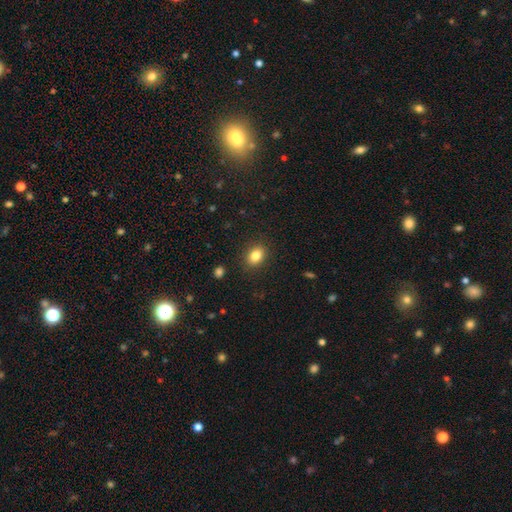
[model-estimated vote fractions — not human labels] A smooth galaxy with no disk features (84%) that is in between round and cigar-shaped (68%). Merging: none (88%).